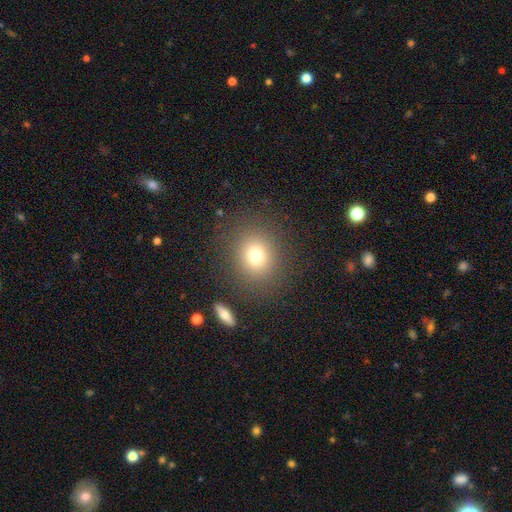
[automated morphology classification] A smooth galaxy with no disk features (76%) that is round (74%).

Vote fractions:
- Smooth or featured? smooth: 76% / star or artifact: 14% / featured or disk: 10%
- How rounded? round: 74% / in between: 25% / cigar-shaped: 1%
- Merging? none: 85% / minor disturbance: 8% / major disturbance: 4% / merger: 3%